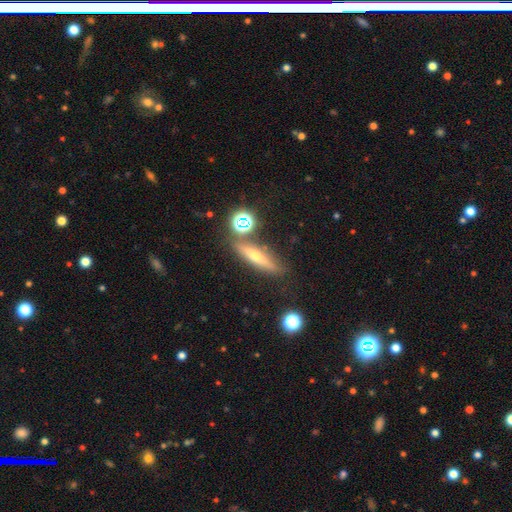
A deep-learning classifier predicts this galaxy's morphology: A featured or disk galaxy (51%) viewed edge-on (86%). Merging: none (75%).